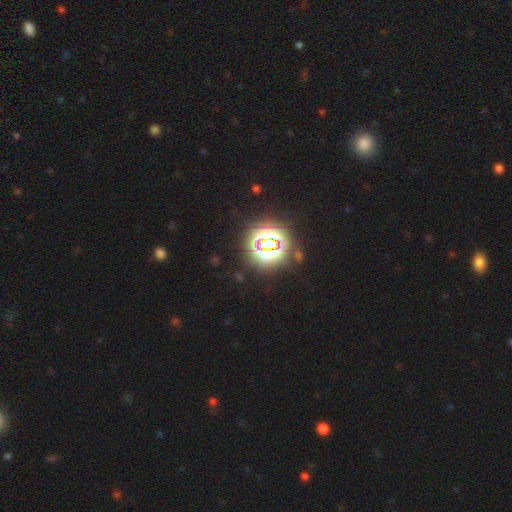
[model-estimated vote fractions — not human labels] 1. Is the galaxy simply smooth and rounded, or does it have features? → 78% star or artifact, 14% smooth, 9% featured or disk.